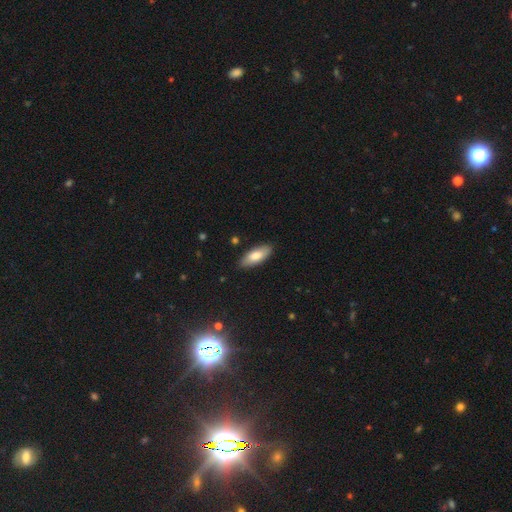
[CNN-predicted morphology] smooth-or-featured: smooth: 78% | featured or disk: 16% | star or artifact: 6%
  how-rounded: in between: 78% | cigar-shaped: 20% | round: 2%
  merging: none: 88% | minor disturbance: 9% | major disturbance: 2% | merger: 1%